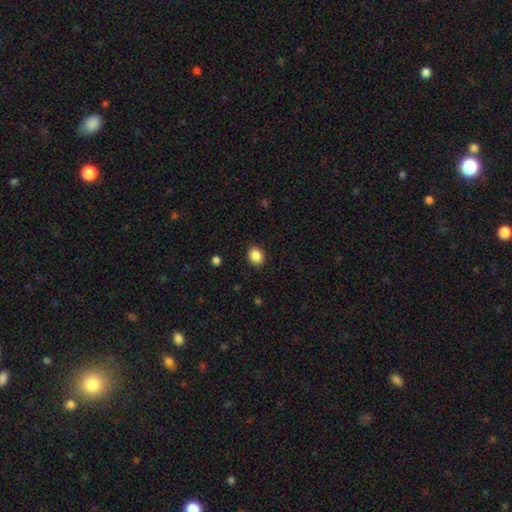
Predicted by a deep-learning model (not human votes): Smooth or featured: smooth — 87% (star or artifact — 9%)
How rounded: round — 64% (in between — 36%)
Merging: none — 90% (minor disturbance — 7%)